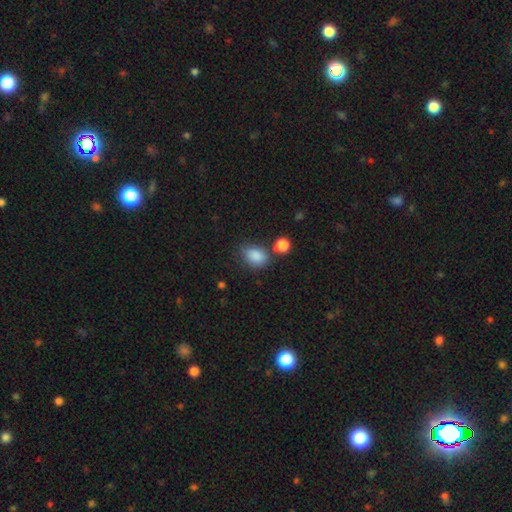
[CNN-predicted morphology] smooth_or_featured: smooth (p=0.86) [alt: star or artifact p=0.10]
how_rounded: in between (p=0.69) [alt: round p=0.30]
merging: none (p=0.61) [alt: minor disturbance p=0.22]